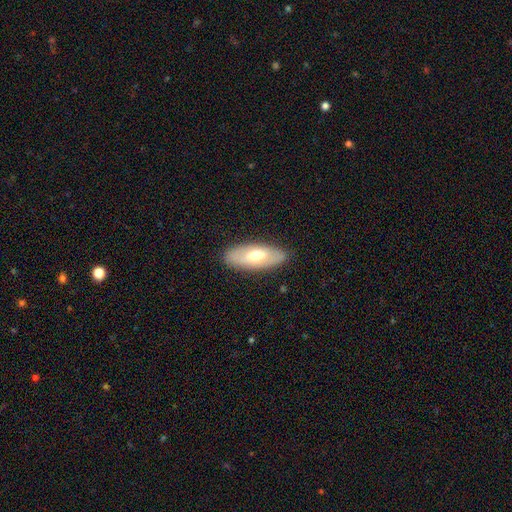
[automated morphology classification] smooth_or_featured: smooth (p=0.56) [alt: featured or disk p=0.38]
how_rounded: in between (p=0.81) [alt: cigar-shaped p=0.16]
merging: none (p=0.86) [alt: minor disturbance p=0.10]